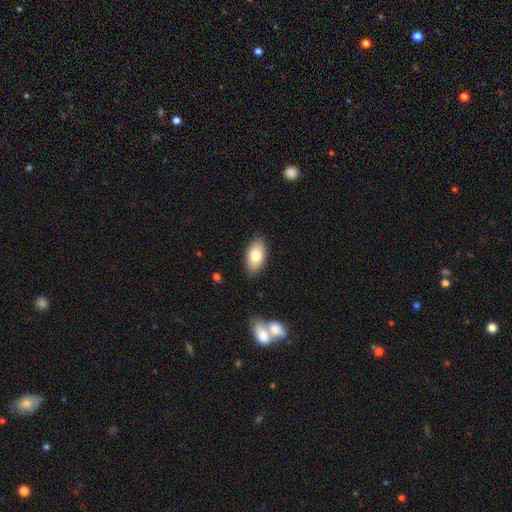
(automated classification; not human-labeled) Smooth or featured? Predicted: smooth (p=0.80). How rounded? Predicted: in between (p=0.94). Merging? Predicted: none (p=0.86).